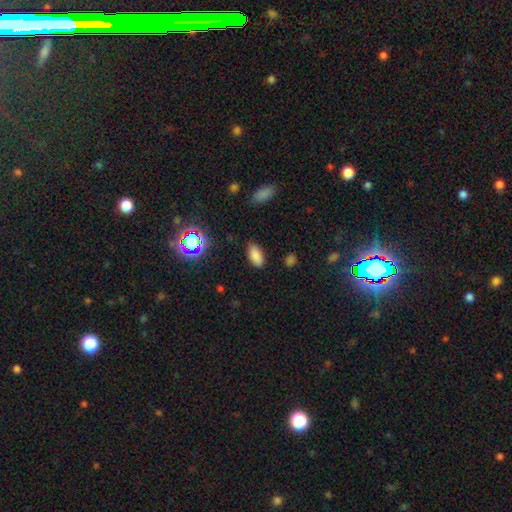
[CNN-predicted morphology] Smooth or featured? smooth (83%)
How rounded? in between (92%)
Merging? none (86%)